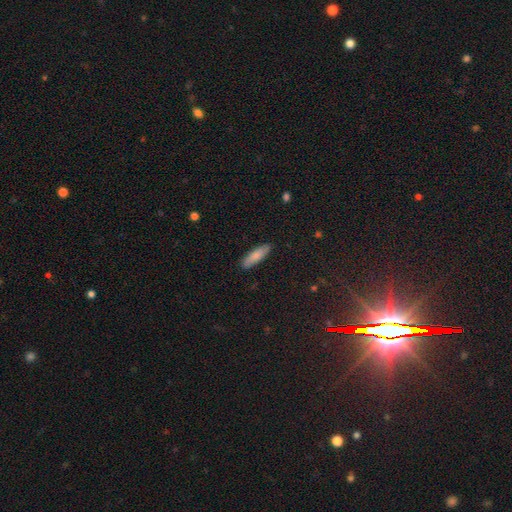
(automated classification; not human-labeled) Overall: smooth (81%). How rounded: cigar-shaped (62%; in between 36%). Merging: none (88%).